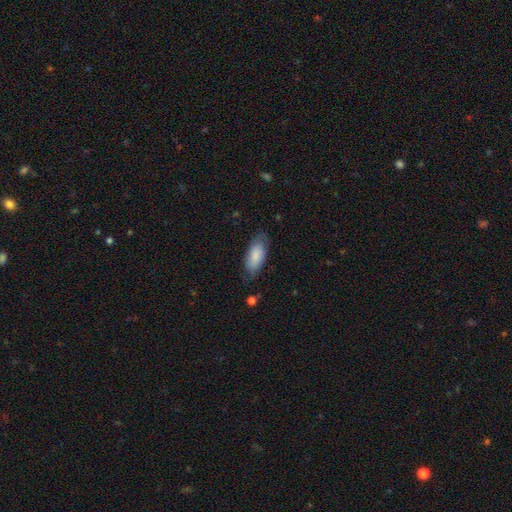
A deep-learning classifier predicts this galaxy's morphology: Smooth or featured? Predicted: smooth (p=0.82). How rounded? Predicted: in between (p=0.89). Merging? Predicted: none (p=0.70).